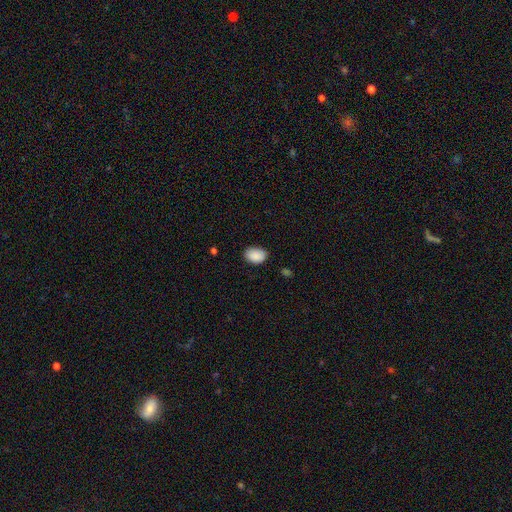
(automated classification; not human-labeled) The model was most divided on "merging": none: 82%, minor disturbance: 15%, major disturbance: 3%, merger: 1%. More confident: smooth or featured — smooth (90%); how rounded — in between (83%).